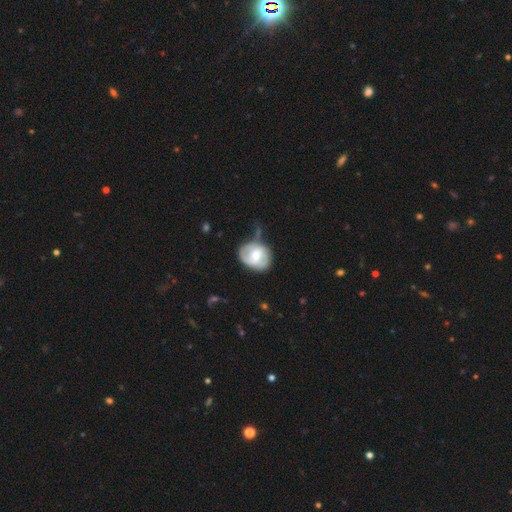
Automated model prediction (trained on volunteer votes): Overall: featured or disk (59%; smooth 35%). Edge-on disk: no (97%). Bar: no (48%; weak 41%). Spiral arms: yes (76%). Bulge size: moderate (57%; small 36%). Merging: none (52%; minor disturbance 29%).